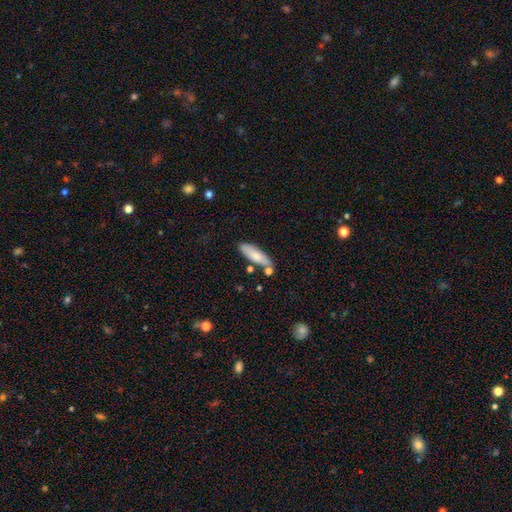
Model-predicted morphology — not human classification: Smooth or featured? smooth (79%)
How rounded? cigar-shaped (53%)
Merging? none (73%)